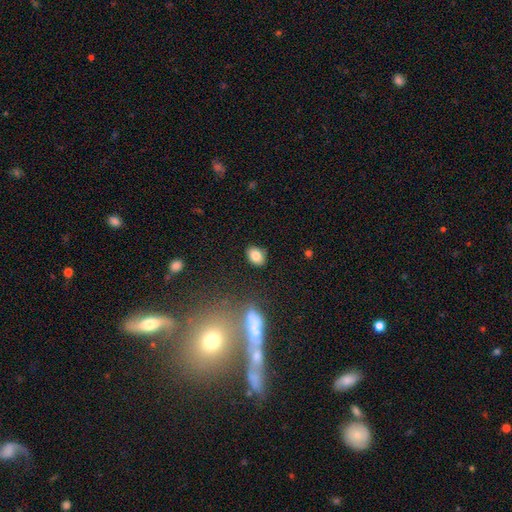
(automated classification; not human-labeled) Overall: smooth (83%). How rounded: in between (72%). Merging: none (85%).